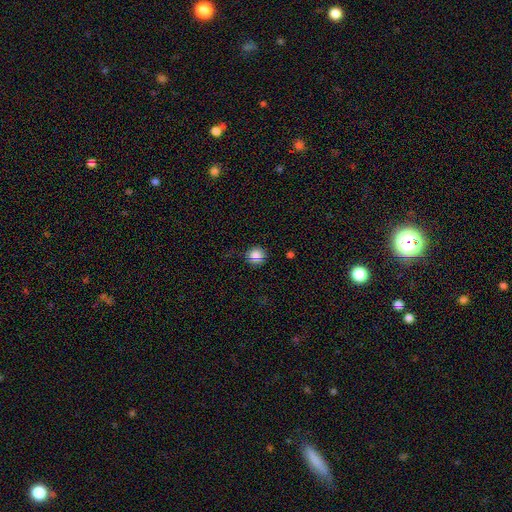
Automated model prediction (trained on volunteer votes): Morphology: type=smooth (75%); roundness=round (82%); merging=none (83%).